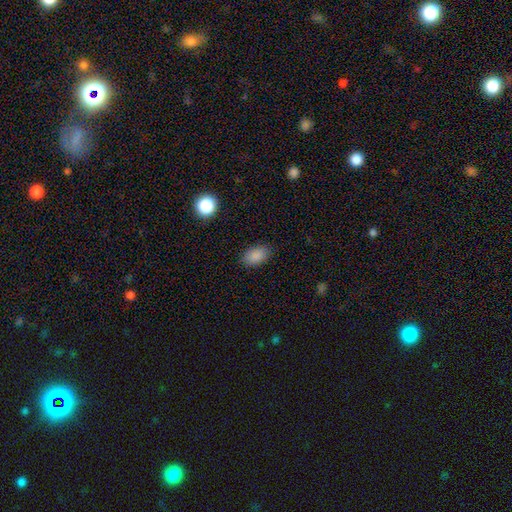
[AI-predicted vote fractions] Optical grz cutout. It shows a smooth galaxy with no disk features (87%) that is in between round and cigar-shaped (90%). Merging: none (85%).